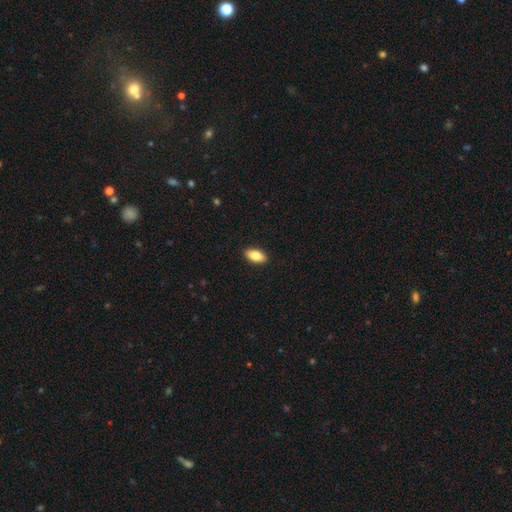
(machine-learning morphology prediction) Smooth or featured?
  - smooth: 82% *
  - featured or disk: 11%
  - star or artifact: 6%
How rounded?
  - in between: 90% *
  - cigar-shaped: 6%
  - round: 3%
Merging?
  - none: 91% *
  - minor disturbance: 7%
  - major disturbance: 2%
  - merger: 1%